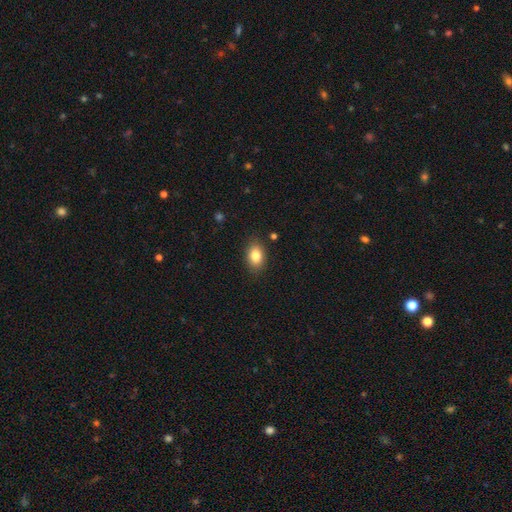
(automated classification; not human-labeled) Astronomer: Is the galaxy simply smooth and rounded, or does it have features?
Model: smooth — 84%.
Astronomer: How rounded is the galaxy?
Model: in between — 84%.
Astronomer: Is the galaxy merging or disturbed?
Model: none — 85%.